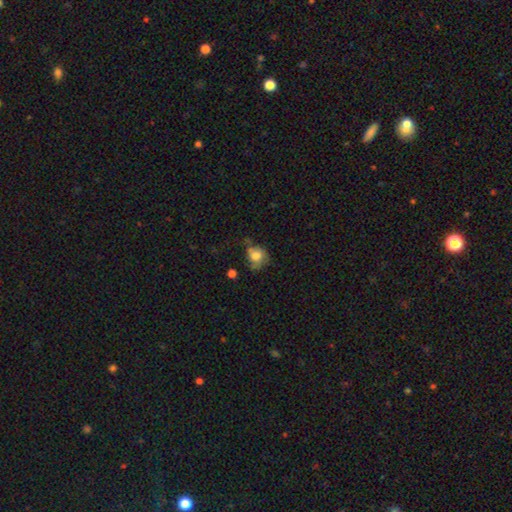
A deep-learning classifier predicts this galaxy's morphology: Overall: smooth (70%). How rounded: round (71%). Merging: none (43%; minor disturbance 32%).